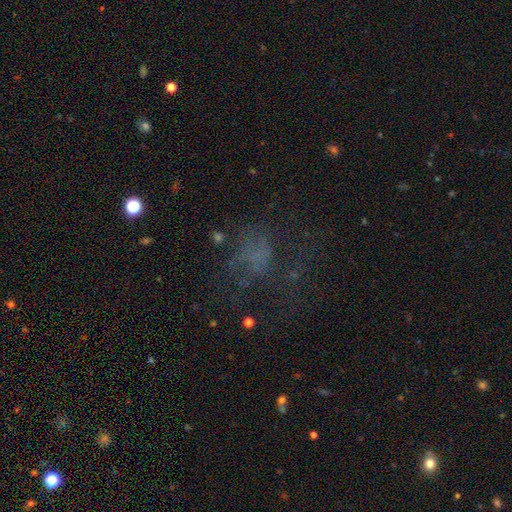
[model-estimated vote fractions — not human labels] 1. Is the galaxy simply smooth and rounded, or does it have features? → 36% featured or disk, 34% smooth, 31% star or artifact.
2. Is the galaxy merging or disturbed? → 43% none, 37% major disturbance, 16% minor disturbance, 3% merger.